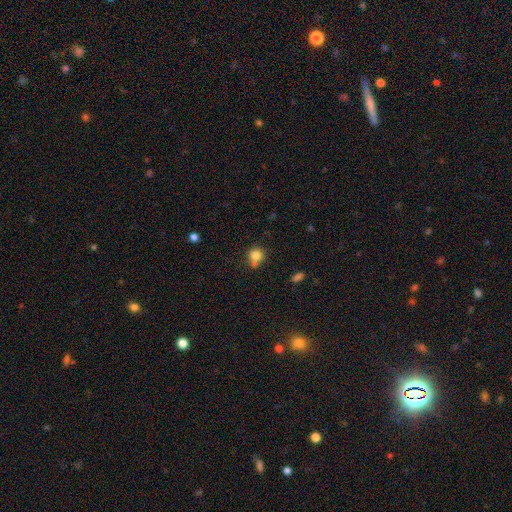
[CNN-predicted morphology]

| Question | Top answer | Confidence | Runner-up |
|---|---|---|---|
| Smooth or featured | smooth | 80% | star or artifact (11%) |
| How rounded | round | 83% | in between (16%) |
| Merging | none | 57% | minor disturbance (22%) |